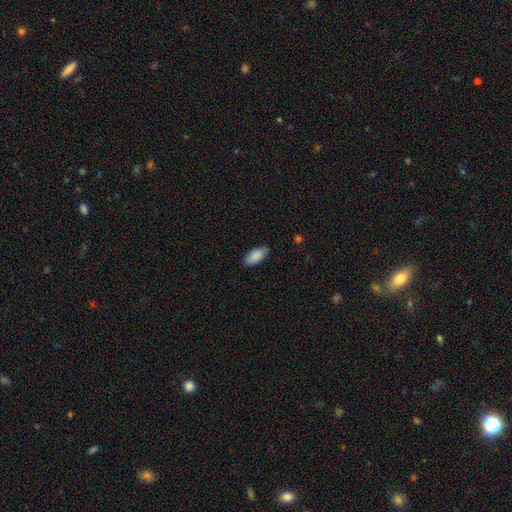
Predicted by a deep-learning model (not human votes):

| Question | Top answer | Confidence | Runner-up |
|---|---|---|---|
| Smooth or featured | smooth | 88% | star or artifact (6%) |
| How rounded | in between | 90% | cigar-shaped (8%) |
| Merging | none | 87% | minor disturbance (10%) |